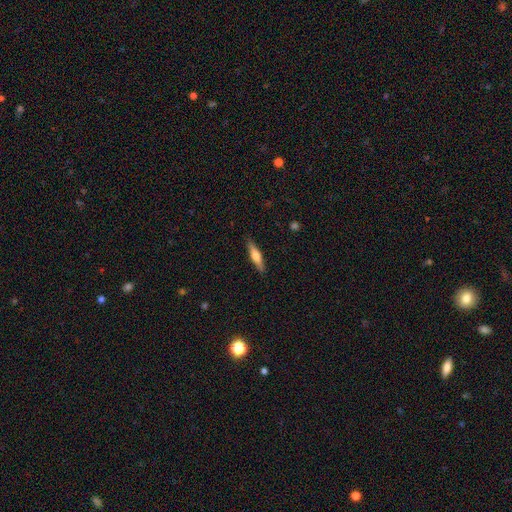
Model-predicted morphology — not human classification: Q: Smooth or featured?
A: smooth (49%); runner-up: featured or disk (45%)
Q: Merging?
A: none (89%); runner-up: minor disturbance (8%)